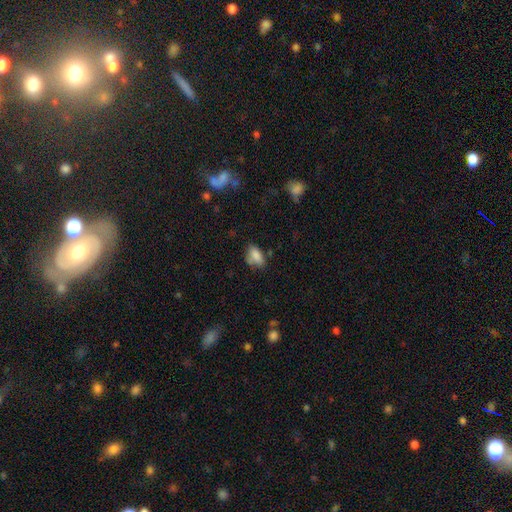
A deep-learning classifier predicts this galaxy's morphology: Smooth or featured: smooth — 81% (star or artifact — 9%)
How rounded: in between — 88% (round — 8%)
Merging: none — 54% (minor disturbance — 29%)